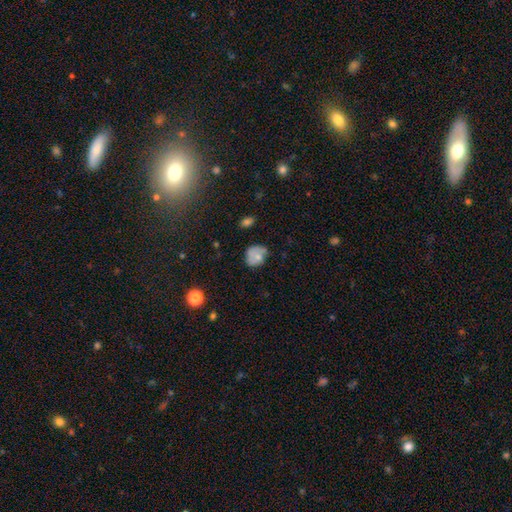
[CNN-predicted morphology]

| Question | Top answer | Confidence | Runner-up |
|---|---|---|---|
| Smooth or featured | smooth | 66% | featured or disk (25%) |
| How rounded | round | 56% | in between (43%) |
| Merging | none | 47% | minor disturbance (34%) |